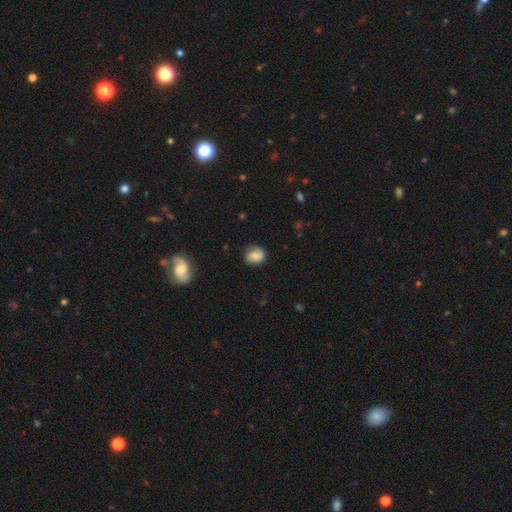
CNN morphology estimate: A smooth galaxy with no disk features (67%) that is round (67%). Merging: none (72%).